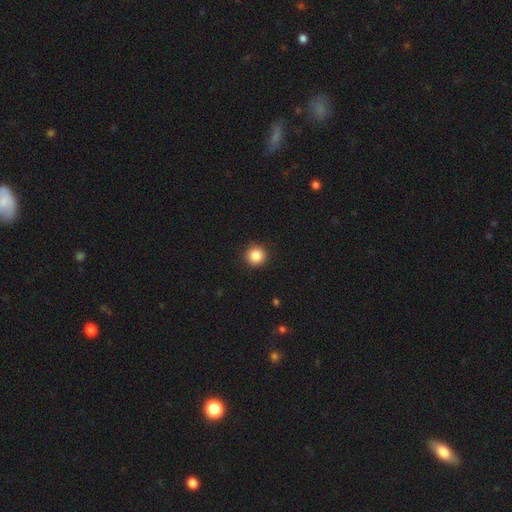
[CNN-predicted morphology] smooth_or_featured: smooth (p=0.86) [alt: star or artifact p=0.10]
how_rounded: round (p=0.96) [alt: in between p=0.04]
merging: none (p=0.92) [alt: minor disturbance p=0.05]